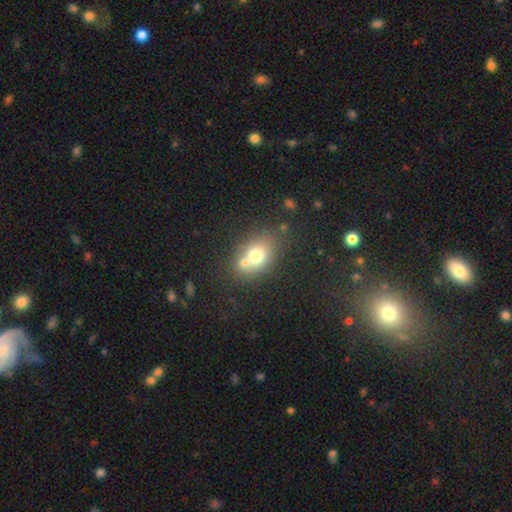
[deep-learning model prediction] smooth_or_featured: smooth (p=0.69) [alt: featured or disk p=0.19]
how_rounded: in between (p=0.58) [alt: round p=0.40]
merging: none (p=0.44) [alt: merger p=0.39]